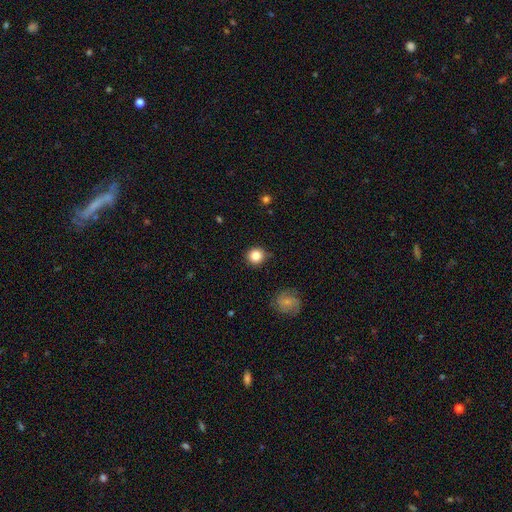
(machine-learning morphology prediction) The model was most divided on "smooth or featured": smooth: 83%, star or artifact: 10%, featured or disk: 7%. More confident: how rounded — round (92%); merging — none (87%).